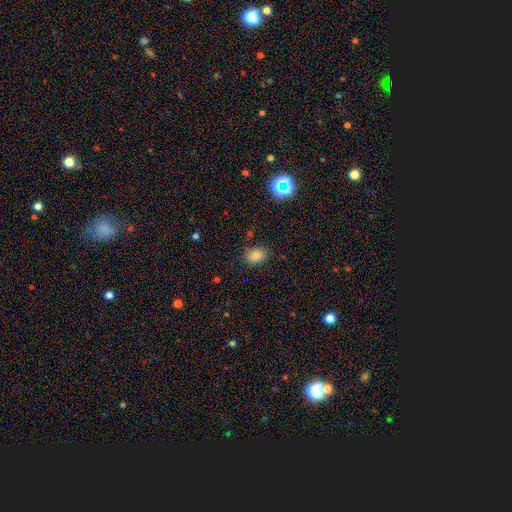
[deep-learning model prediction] Smooth or featured? Predicted: smooth (p=0.81). How rounded? Predicted: in between (p=0.67). Merging? Predicted: none (p=0.80).